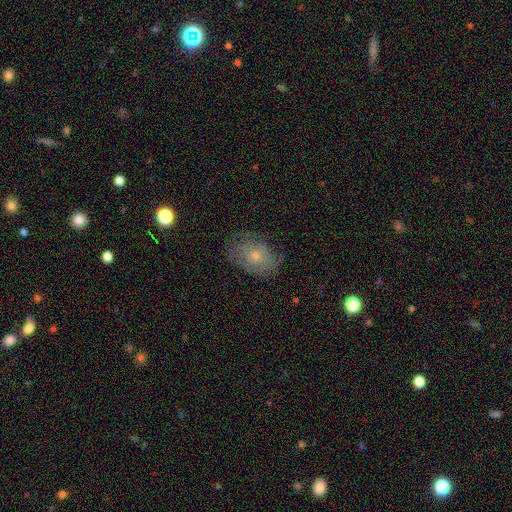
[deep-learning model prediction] smooth-or-featured: smooth: 48% | featured or disk: 42% | star or artifact: 10%
  merging: none: 64% | minor disturbance: 25% | major disturbance: 10% | merger: 1%